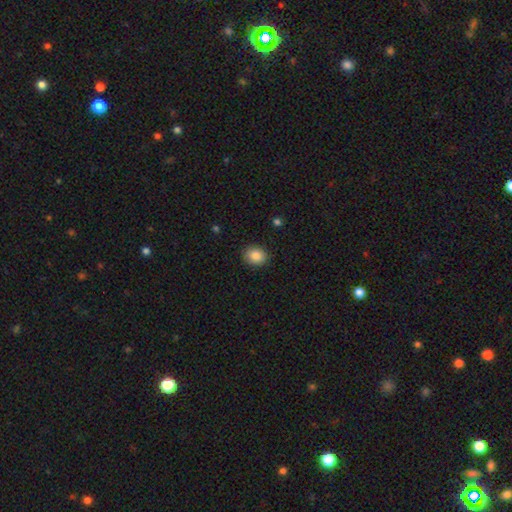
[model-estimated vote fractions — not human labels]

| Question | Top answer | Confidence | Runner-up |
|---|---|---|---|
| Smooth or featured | smooth | 86% | star or artifact (9%) |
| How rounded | round | 61% | in between (38%) |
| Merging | none | 89% | minor disturbance (7%) |